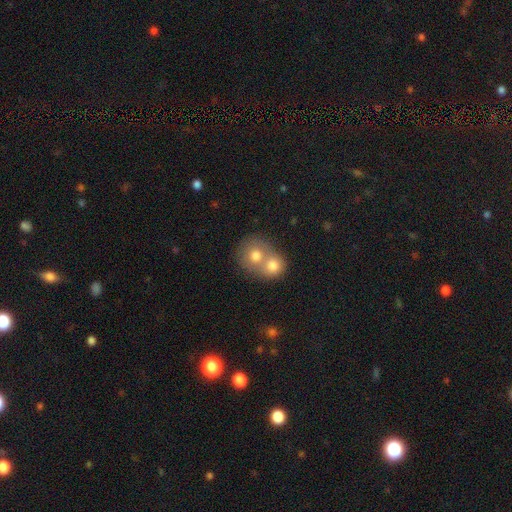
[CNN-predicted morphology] Smooth or featured: smooth — 72% (featured or disk — 19%)
How rounded: round — 77% (in between — 22%)
Merging: merger — 68% (none — 25%)